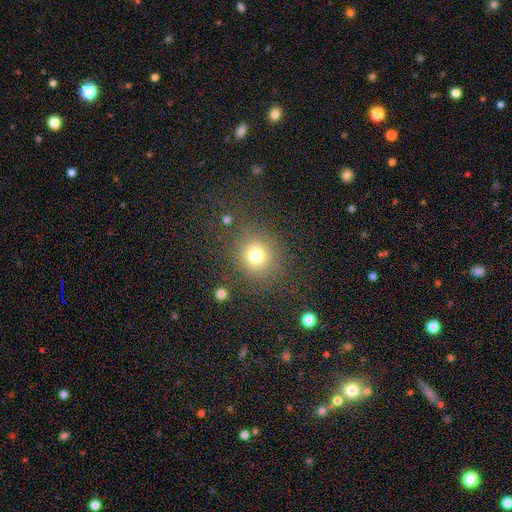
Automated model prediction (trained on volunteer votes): A smooth galaxy with no disk features (76%) that is round (87%). Merging: none (80%).